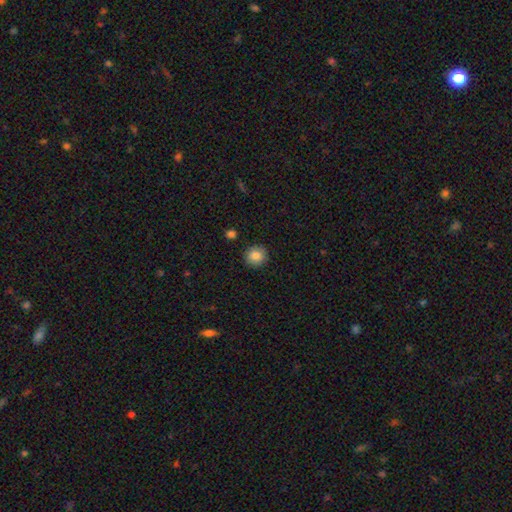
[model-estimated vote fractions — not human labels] This appears to be a smooth galaxy with no disk features (85%) that is round (92%). Merging: none (91%).